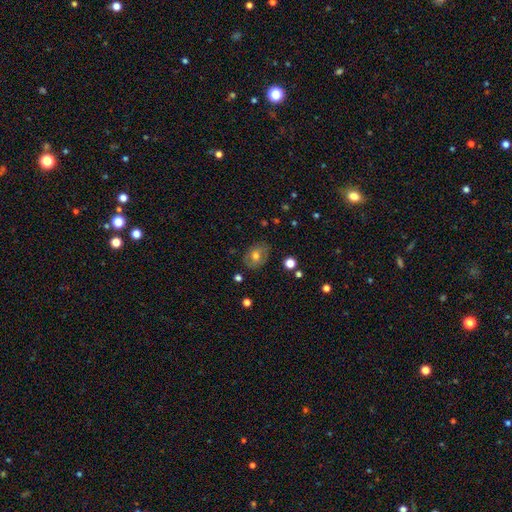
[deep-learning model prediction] smooth-or-featured: smooth: 57% | featured or disk: 33% | star or artifact: 10%
  how-rounded: in between: 53% | round: 45% | cigar-shaped: 1%
  merging: none: 76% | minor disturbance: 18% | major disturbance: 5% | merger: 2%